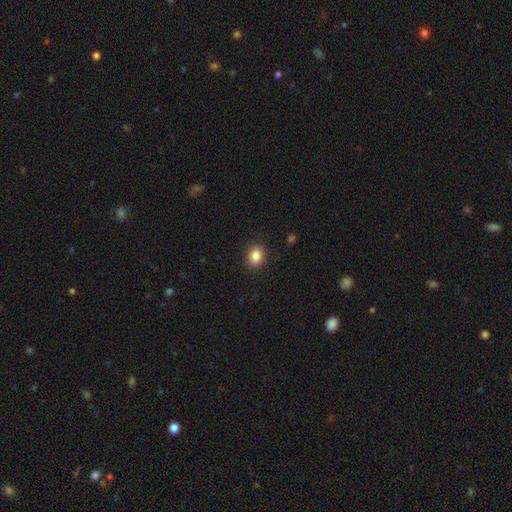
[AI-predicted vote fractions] Q: Smooth or featured?
A: smooth (86%); runner-up: star or artifact (10%)
Q: How rounded?
A: in between (52%); runner-up: round (47%)
Q: Merging?
A: none (89%); runner-up: minor disturbance (7%)